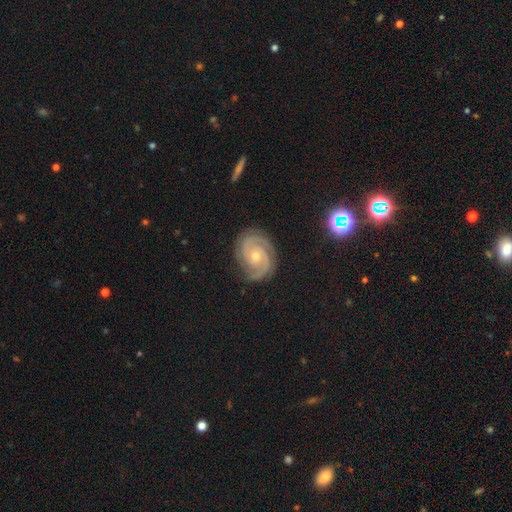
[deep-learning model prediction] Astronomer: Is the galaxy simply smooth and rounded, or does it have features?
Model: featured or disk — 90%.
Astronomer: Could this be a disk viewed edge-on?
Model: no — 98%.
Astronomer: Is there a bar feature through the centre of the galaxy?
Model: no — 70%.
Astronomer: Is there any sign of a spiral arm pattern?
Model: yes — 99%.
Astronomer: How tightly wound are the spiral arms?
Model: tight — 69%.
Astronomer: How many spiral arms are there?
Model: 2 — 72%.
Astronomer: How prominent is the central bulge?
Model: small — 59% (runner-up: moderate, 37%).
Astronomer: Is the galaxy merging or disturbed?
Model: none — 83%.